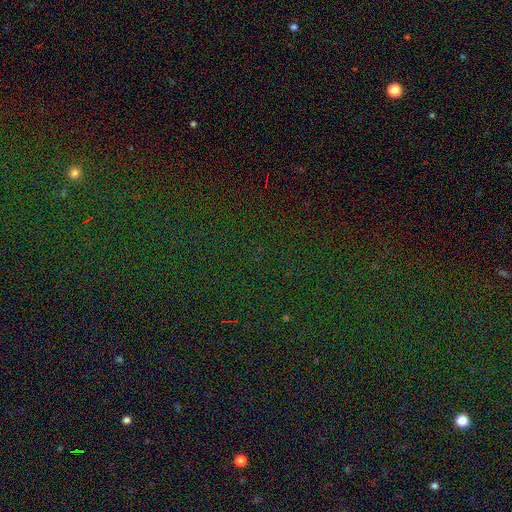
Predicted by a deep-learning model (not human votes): smooth-or-featured: star or artifact: 81% | smooth: 11% | featured or disk: 8%